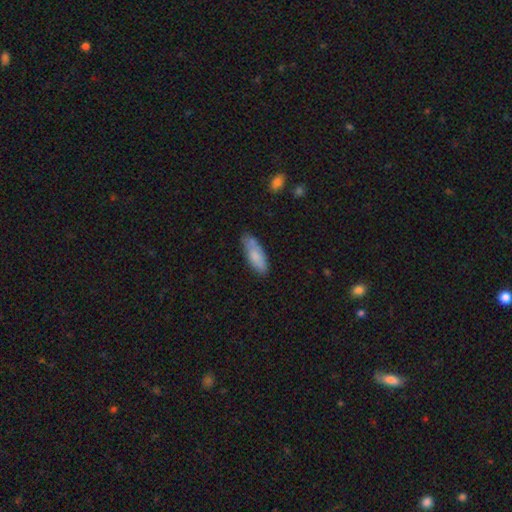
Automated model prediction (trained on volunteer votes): Smooth or featured? smooth (79%)
How rounded? in between (65%)
Merging? none (65%)